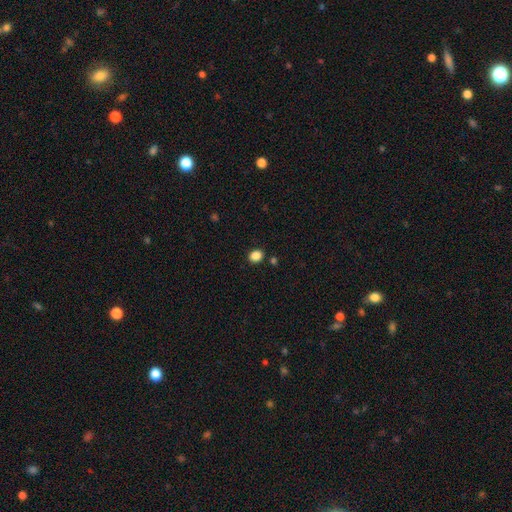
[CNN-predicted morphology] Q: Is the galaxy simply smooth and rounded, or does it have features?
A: smooth — 86%.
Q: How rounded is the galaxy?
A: round — 61%.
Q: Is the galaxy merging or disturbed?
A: none — 87%.